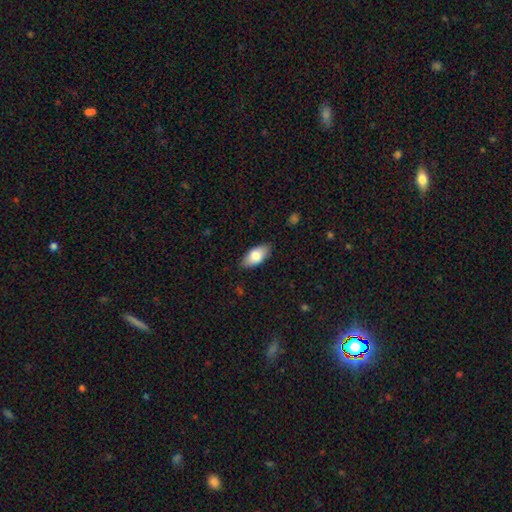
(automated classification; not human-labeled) A smooth galaxy with no disk features (78%) that is in between round and cigar-shaped (91%).

Vote fractions:
- Smooth or featured? smooth: 78% / featured or disk: 16% / star or artifact: 6%
- How rounded? in between: 91% / cigar-shaped: 6% / round: 3%
- Merging? none: 84% / minor disturbance: 12% / major disturbance: 2% / merger: 1%